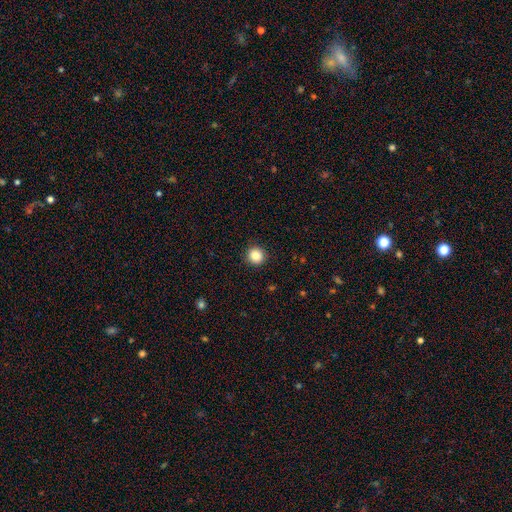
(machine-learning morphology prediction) This is clearly a smooth galaxy (86%). How rounded: clearly round (93%). Merging: clearly none (91%).